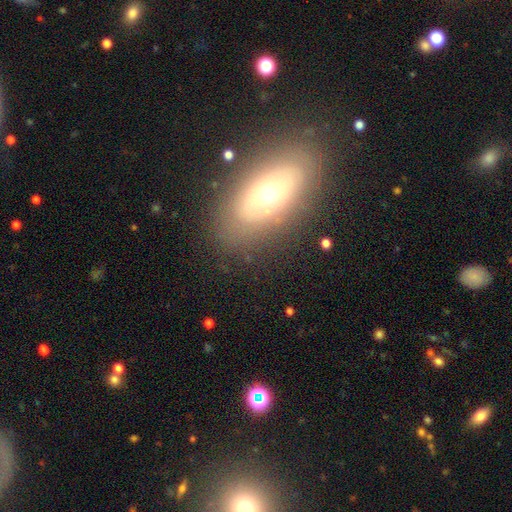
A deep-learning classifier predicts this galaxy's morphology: This is possibly a smooth galaxy (45%). Merging: clearly none (84%).